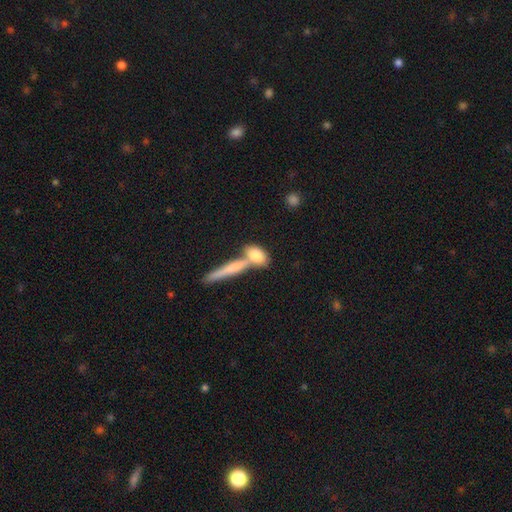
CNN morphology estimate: Overall: smooth (75%). How rounded: in between (65%). Merging: none (45%; merger 40%).